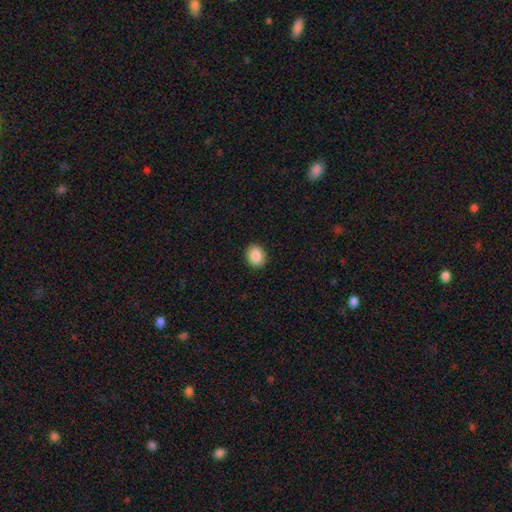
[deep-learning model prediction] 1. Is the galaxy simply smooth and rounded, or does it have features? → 88% smooth, 8% star or artifact, 4% featured or disk.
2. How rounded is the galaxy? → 52% round, 47% in between, 1% cigar-shaped.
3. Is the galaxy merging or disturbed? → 90% none, 7% minor disturbance, 2% major disturbance, 1% merger.